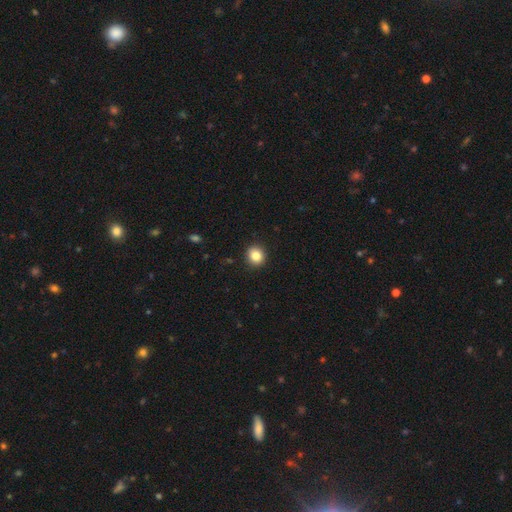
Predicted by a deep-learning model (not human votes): A smooth galaxy with no disk features (84%) that is round (87%).

Vote fractions:
- Smooth or featured? smooth: 84% / star or artifact: 10% / featured or disk: 6%
- How rounded? round: 87% / in between: 12% / cigar-shaped: 1%
- Merging? none: 92% / minor disturbance: 6% / major disturbance: 2% / merger: 1%